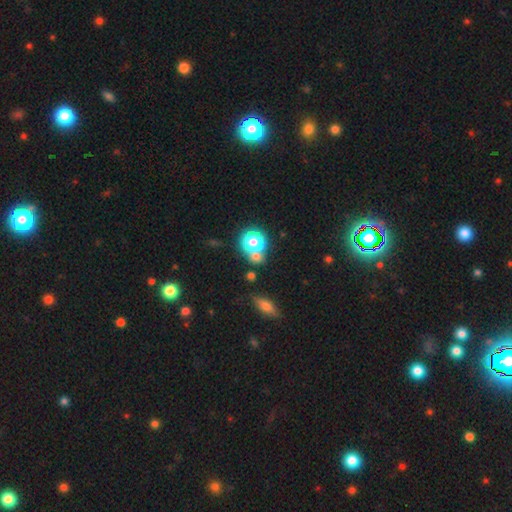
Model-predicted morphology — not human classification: A smooth galaxy with no disk features (64%) that is round (76%).

Vote fractions:
- Smooth or featured? smooth: 64% / star or artifact: 24% / featured or disk: 12%
- How rounded? round: 76% / in between: 22% / cigar-shaped: 2%
- Merging? none: 49% / merger: 35% / minor disturbance: 10% / major disturbance: 5%